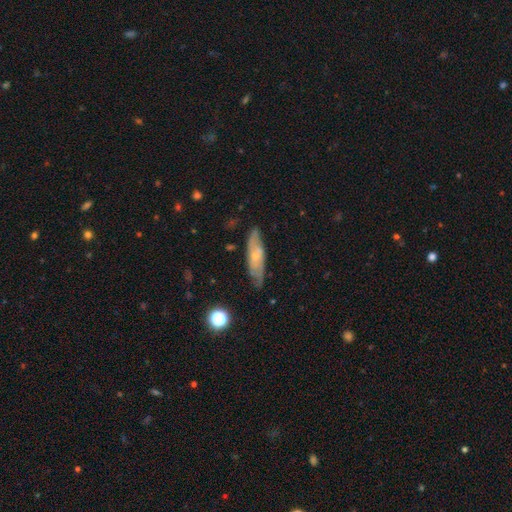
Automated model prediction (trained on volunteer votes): Smooth or featured? featured or disk (58%)
Edge-on disk? no (70%)
Merging? none (75%)